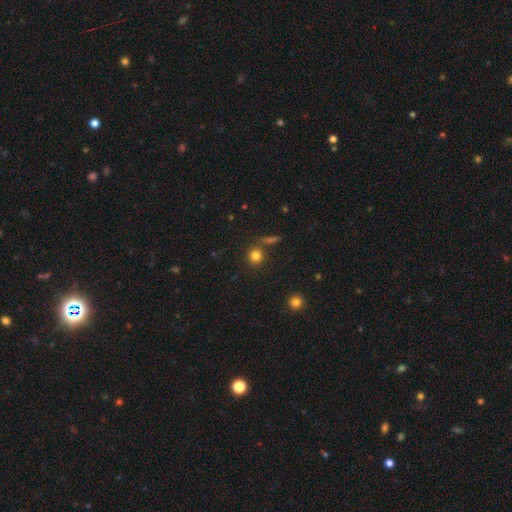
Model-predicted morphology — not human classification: A smooth galaxy with no disk features (80%) that is round (90%). Merging: none (78%).